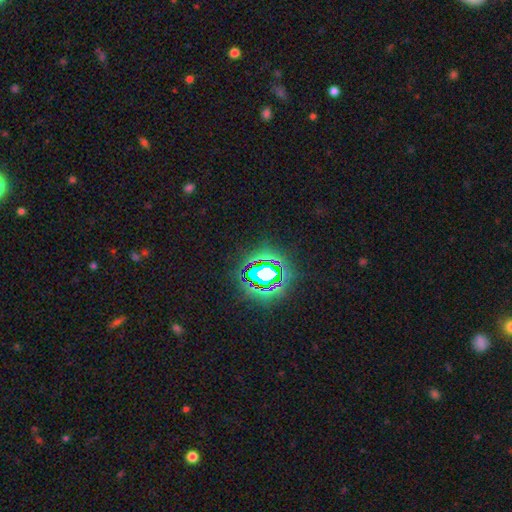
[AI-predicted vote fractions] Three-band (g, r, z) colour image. It shows a star or artifact, not a galaxy (82%).